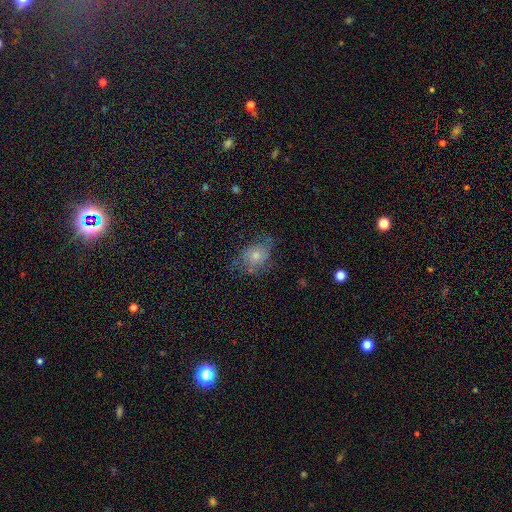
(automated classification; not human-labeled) This appears to be a featured or disk galaxy (45%). Merging: none (60%).